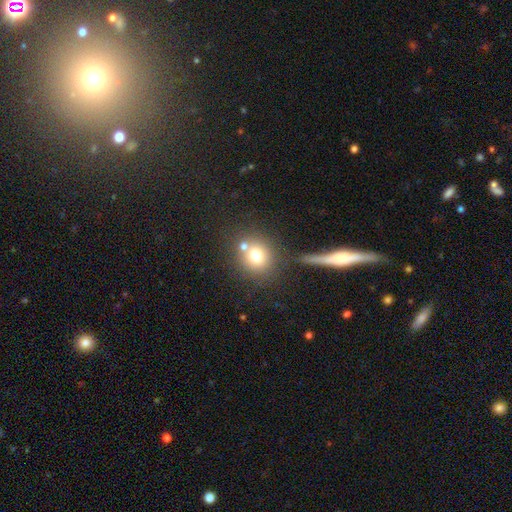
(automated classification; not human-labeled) This is likely a smooth galaxy (73%). How rounded: clearly round (85%). Merging: likely none (64%).